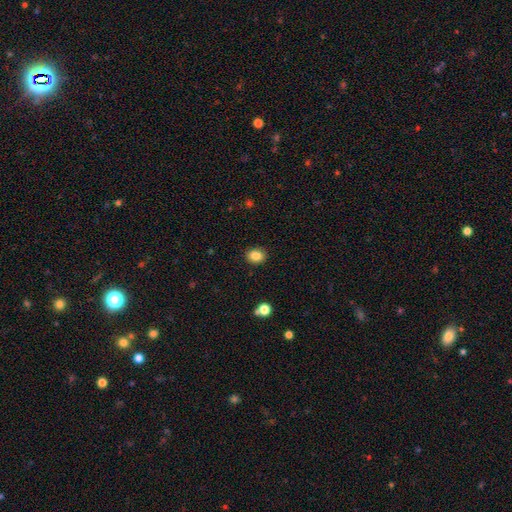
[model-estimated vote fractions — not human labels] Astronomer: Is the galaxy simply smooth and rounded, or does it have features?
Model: smooth — 85%.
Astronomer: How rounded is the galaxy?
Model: in between — 56% (runner-up: round, 43%).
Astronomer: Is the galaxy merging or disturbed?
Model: none — 89%.